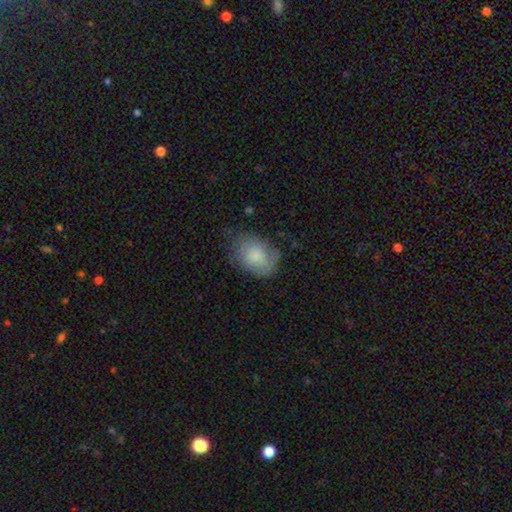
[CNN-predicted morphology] Smooth or featured? Predicted: smooth (p=0.78). How rounded? Predicted: in between (p=0.79). Merging? Predicted: none (p=0.58).